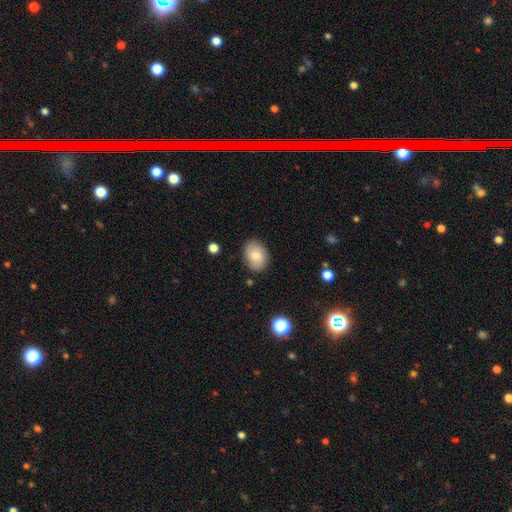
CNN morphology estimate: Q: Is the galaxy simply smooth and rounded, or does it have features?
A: smooth — 78%.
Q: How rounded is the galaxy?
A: in between — 69%.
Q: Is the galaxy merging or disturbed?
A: none — 84%.